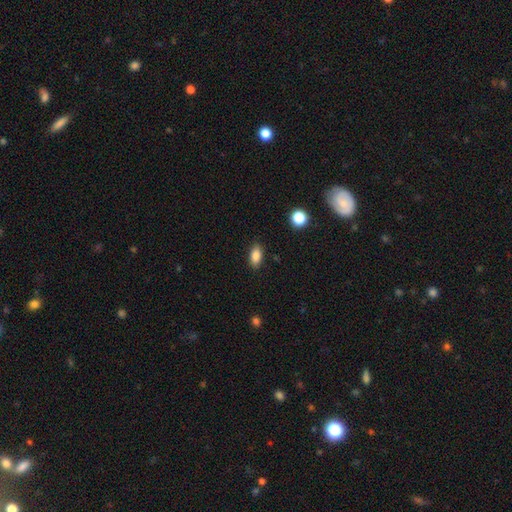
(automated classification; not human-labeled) Overall: smooth (86%). How rounded: in between (89%). Merging: none (88%).